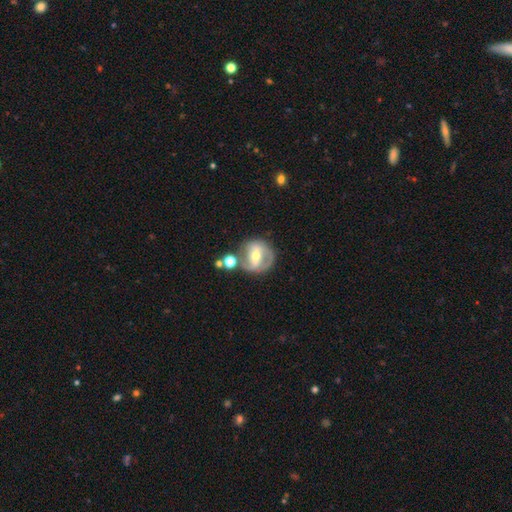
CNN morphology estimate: Smooth or featured? Predicted: featured or disk (p=0.67). Edge-on disk? Predicted: no (p=0.96). Bar? Predicted: strong (p=0.44). Spiral arms? Predicted: yes (p=0.64). Bulge size? Predicted: moderate (p=0.60). Merging? Predicted: none (p=0.56).